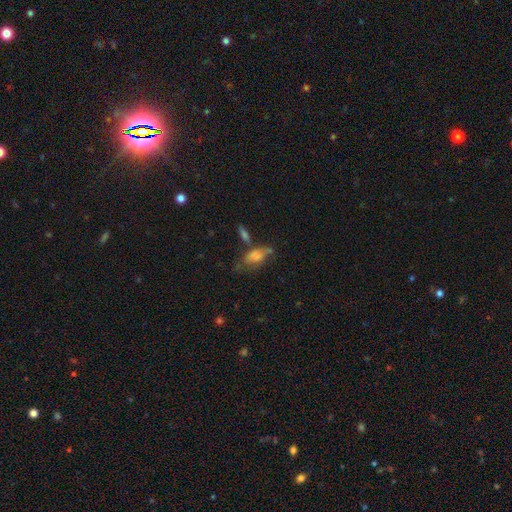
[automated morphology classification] smooth-or-featured: smooth: 72% | featured or disk: 18% | star or artifact: 10%
  how-rounded: in between: 86% | cigar-shaped: 8% | round: 7%
  merging: none: 36% | minor disturbance: 25% | merger: 21% | major disturbance: 19%